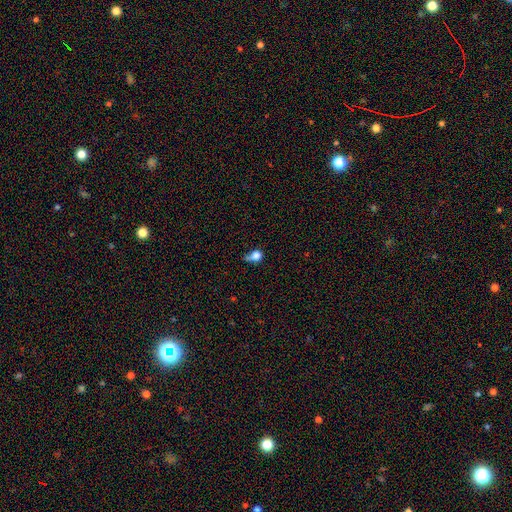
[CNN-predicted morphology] Smooth or featured? smooth (79%)
How rounded? round (54%)
Merging? none (37%)